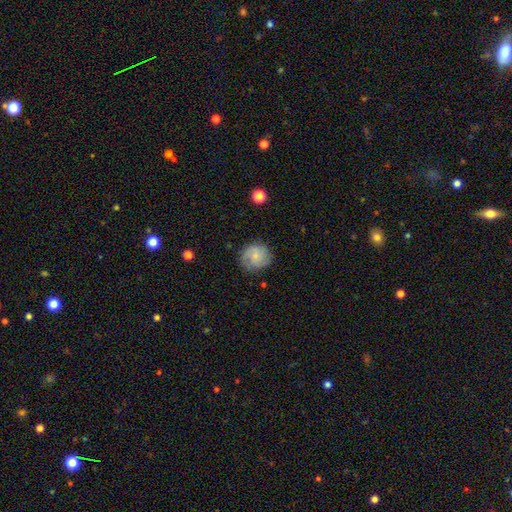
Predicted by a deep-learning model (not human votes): The model was most divided on "smooth or featured": featured or disk: 47%, smooth: 45%, star or artifact: 8%. More confident: merging — none (77%).